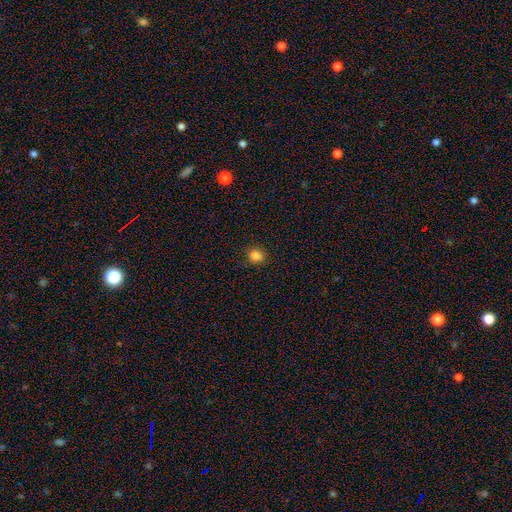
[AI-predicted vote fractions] smooth_or_featured: smooth (p=0.83) [alt: star or artifact p=0.13]
how_rounded: round (p=0.77) [alt: in between p=0.22]
merging: none (p=0.89) [alt: minor disturbance p=0.08]